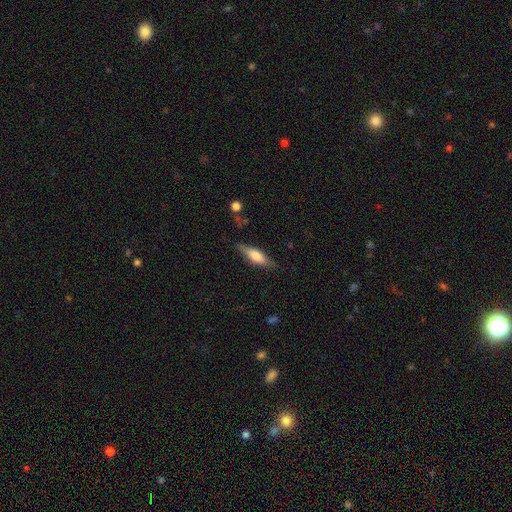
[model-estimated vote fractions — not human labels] smooth 58%, featured or disk 36%, star or artifact 6%. Down the decision tree: how rounded — cigar-shaped (56%); merging — none (80%).